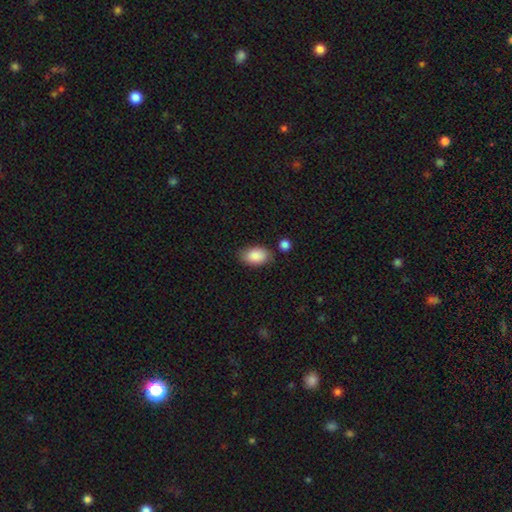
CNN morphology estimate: Smooth or featured? Predicted: smooth (p=0.88). How rounded? Predicted: in between (p=0.92). Merging? Predicted: none (p=0.74).